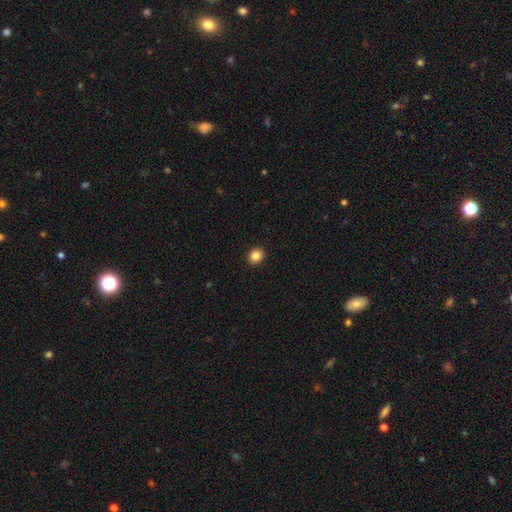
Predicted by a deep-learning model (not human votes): smooth 86%, star or artifact 10%, featured or disk 4%. Down the decision tree: how rounded — round (77%); merging — none (93%).